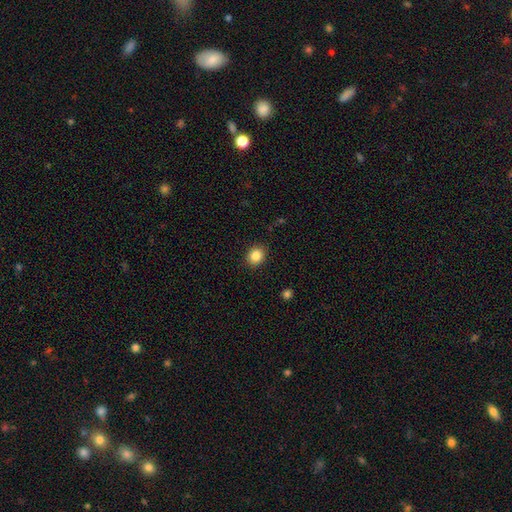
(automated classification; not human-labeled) Q: Smooth or featured?
A: smooth (85%); runner-up: star or artifact (10%)
Q: How rounded?
A: round (65%); runner-up: in between (34%)
Q: Merging?
A: none (90%); runner-up: minor disturbance (7%)